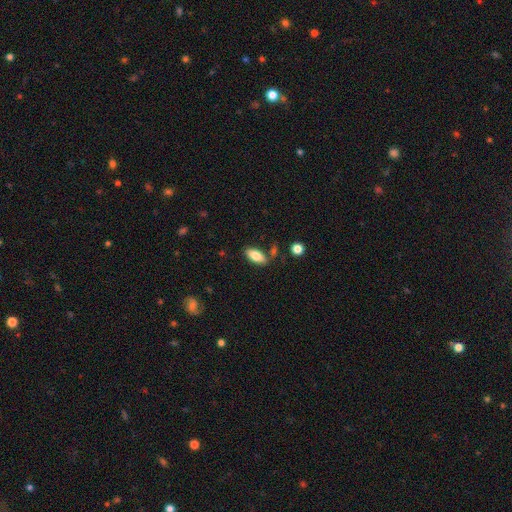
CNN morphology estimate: smooth-or-featured: smooth: 80% | featured or disk: 13% | star or artifact: 7%
  how-rounded: in between: 88% | cigar-shaped: 9% | round: 2%
  merging: none: 75% | minor disturbance: 15% | merger: 7% | major disturbance: 3%